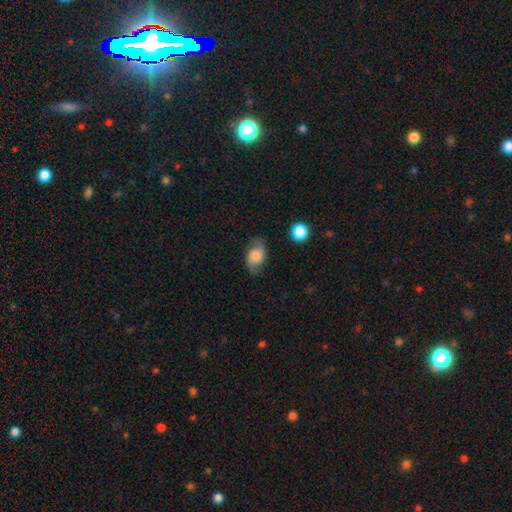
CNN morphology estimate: Overall: smooth (52%; featured or disk 39%). How rounded: in between (79%). Merging: none (70%).